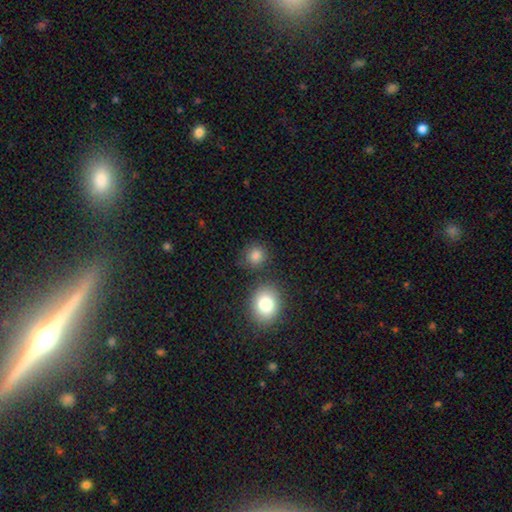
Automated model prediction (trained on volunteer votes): Q: Smooth or featured?
A: smooth (83%); runner-up: star or artifact (12%)
Q: How rounded?
A: round (86%); runner-up: in between (13%)
Q: Merging?
A: none (80%); runner-up: minor disturbance (9%)